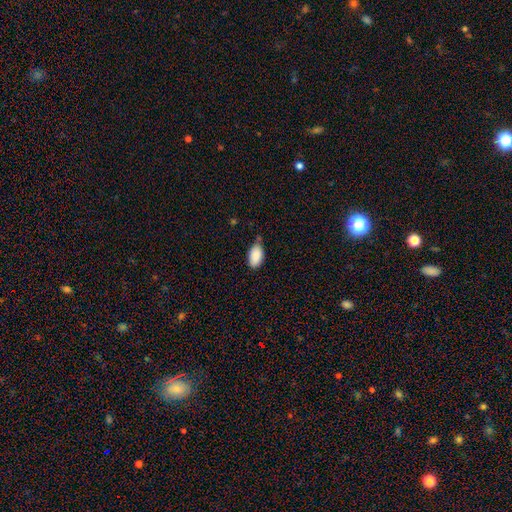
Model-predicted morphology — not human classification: The model was most divided on "merging": none: 64%, minor disturbance: 28%, major disturbance: 4%, merger: 3%. More confident: how rounded — in between (95%); smooth or featured — smooth (89%).